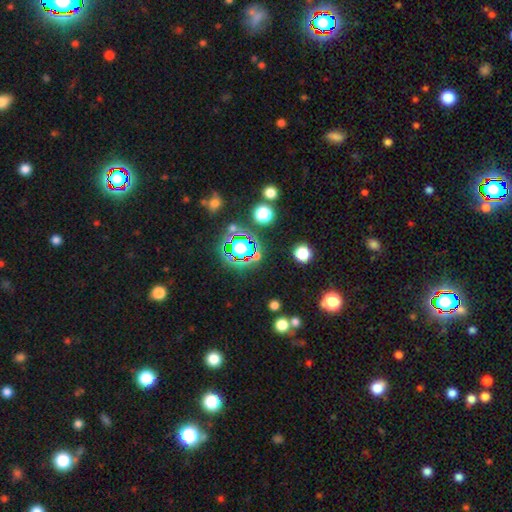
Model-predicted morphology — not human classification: smooth-or-featured: star or artifact: 68% | smooth: 22% | featured or disk: 11%